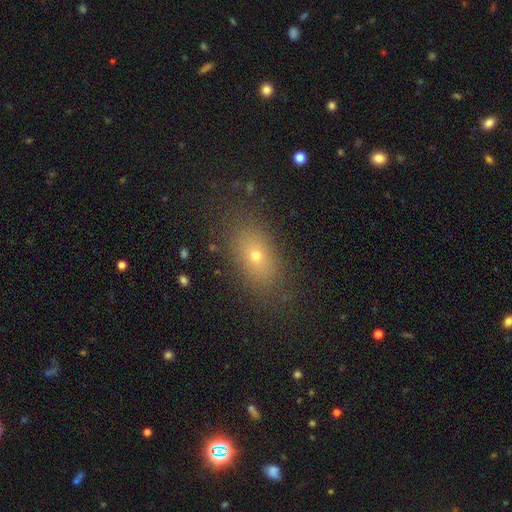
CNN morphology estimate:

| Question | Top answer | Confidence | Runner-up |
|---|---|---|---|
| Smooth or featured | smooth | 67% | star or artifact (18%) |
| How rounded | in between | 78% | round (16%) |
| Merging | none | 83% | minor disturbance (11%) |